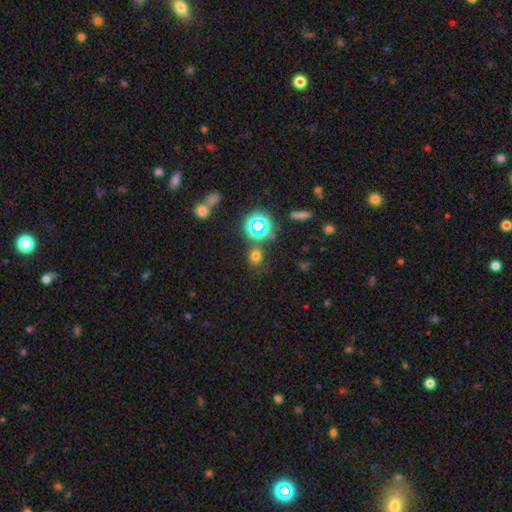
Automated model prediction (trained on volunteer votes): Smooth or featured?
  - smooth: 62% *
  - star or artifact: 32%
  - featured or disk: 6%
How rounded?
  - round: 76% *
  - in between: 22%
  - cigar-shaped: 2%
Merging?
  - none: 77% *
  - minor disturbance: 11%
  - merger: 8%
  - major disturbance: 5%